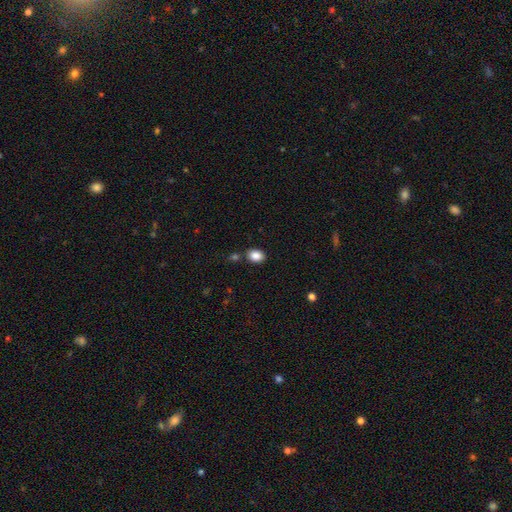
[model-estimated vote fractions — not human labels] A smooth galaxy with no disk features (87%) that is in between round and cigar-shaped (72%). Merging: none (79%).